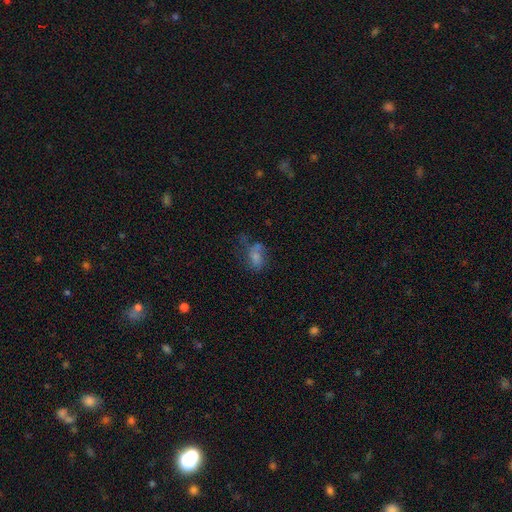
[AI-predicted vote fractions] Morphology: type=smooth (58%); roundness=in between (81%); merging=none (34%).